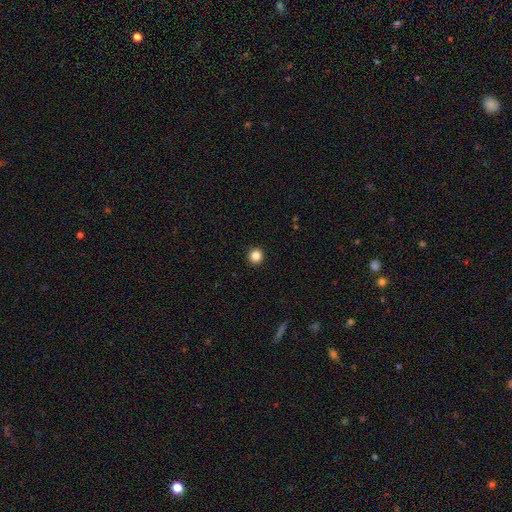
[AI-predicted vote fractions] Smooth or featured? Predicted: smooth (p=0.85). How rounded? Predicted: round (p=0.95). Merging? Predicted: none (p=0.93).